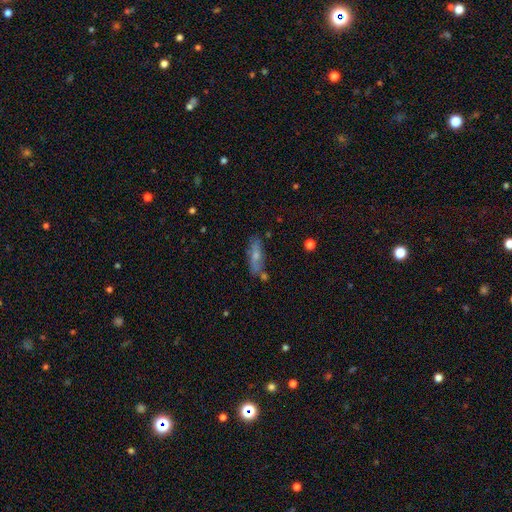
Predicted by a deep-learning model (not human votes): Smooth or featured?
  - smooth: 52% *
  - featured or disk: 39%
  - star or artifact: 9%
How rounded?
  - cigar-shaped: 49% *
  - in between: 48%
  - round: 3%
Merging?
  - none: 66% *
  - minor disturbance: 20%
  - merger: 9%
  - major disturbance: 6%